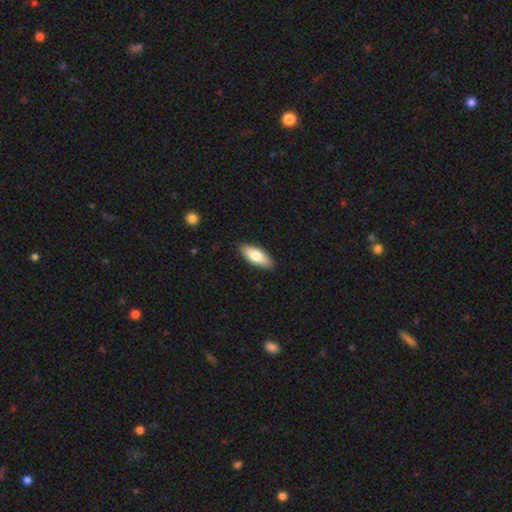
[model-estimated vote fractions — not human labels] Morphology: type=smooth (78%); roundness=in between (78%); merging=none (89%).